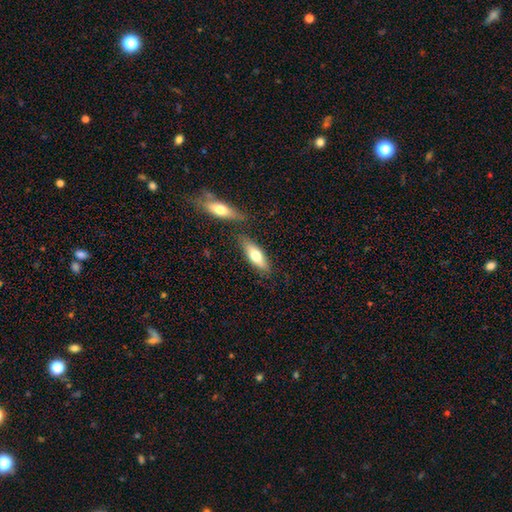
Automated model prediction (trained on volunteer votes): Q: Smooth or featured?
A: smooth (65%); runner-up: featured or disk (29%)
Q: How rounded?
A: in between (54%); runner-up: cigar-shaped (44%)
Q: Merging?
A: none (74%); runner-up: minor disturbance (13%)